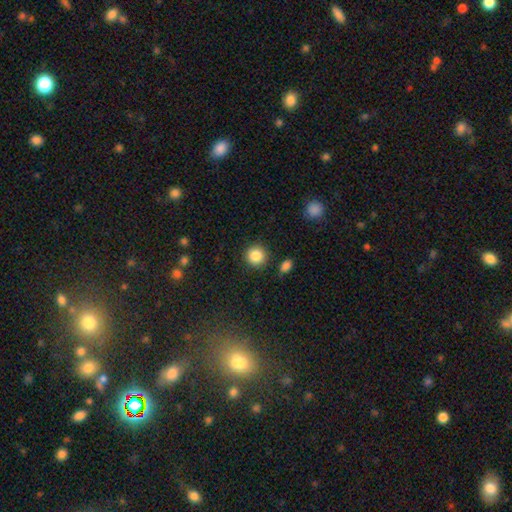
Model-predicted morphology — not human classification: Smooth or featured? smooth (86%)
How rounded? round (93%)
Merging? none (89%)